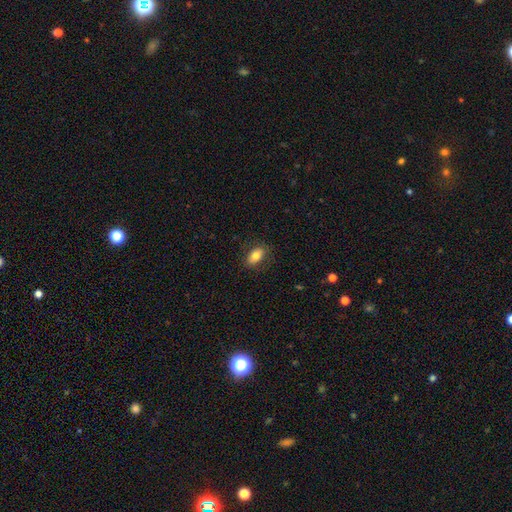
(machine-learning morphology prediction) type=smooth (78%); roundness=in between (89%); merging=none (81%).